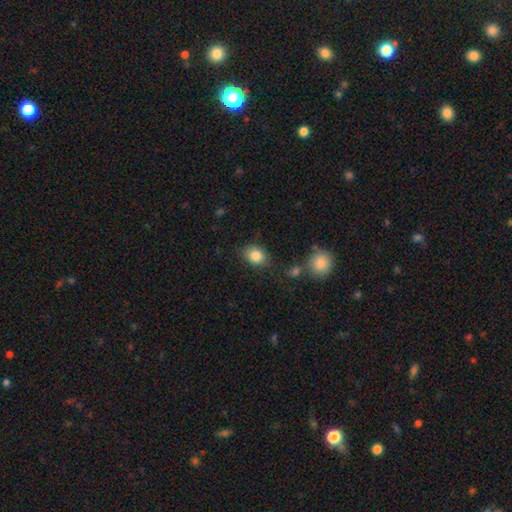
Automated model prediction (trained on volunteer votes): A smooth galaxy with no disk features (84%) that is in between round and cigar-shaped (60%). Merging: none (80%).